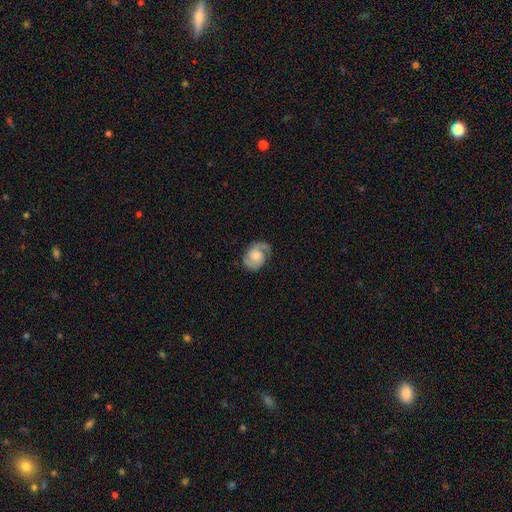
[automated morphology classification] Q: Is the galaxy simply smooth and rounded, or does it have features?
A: featured or disk — 79%.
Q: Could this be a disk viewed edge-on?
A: no — 98%.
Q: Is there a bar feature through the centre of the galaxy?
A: no — 65%.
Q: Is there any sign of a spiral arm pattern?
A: yes — 96%.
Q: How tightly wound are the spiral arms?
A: medium — 44%.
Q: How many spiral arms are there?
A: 2 — 83%.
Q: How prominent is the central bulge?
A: moderate — 47%.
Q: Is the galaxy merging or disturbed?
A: none — 74%.